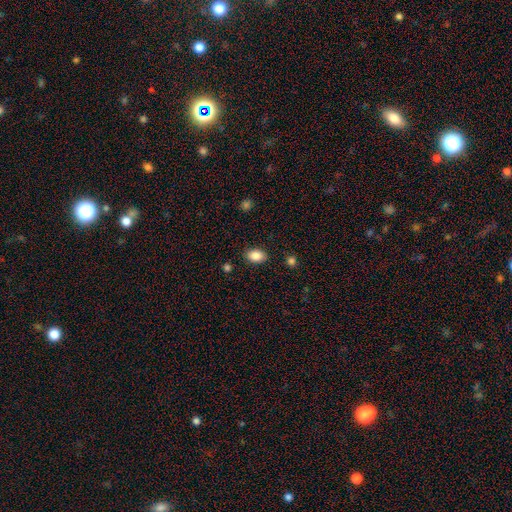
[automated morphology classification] A smooth galaxy with no disk features (86%) that is in between round and cigar-shaped (81%).

Vote fractions:
- Smooth or featured? smooth: 86% / star or artifact: 8% / featured or disk: 5%
- How rounded? in between: 81% / round: 18% / cigar-shaped: 1%
- Merging? none: 87% / minor disturbance: 9% / major disturbance: 2% / merger: 1%